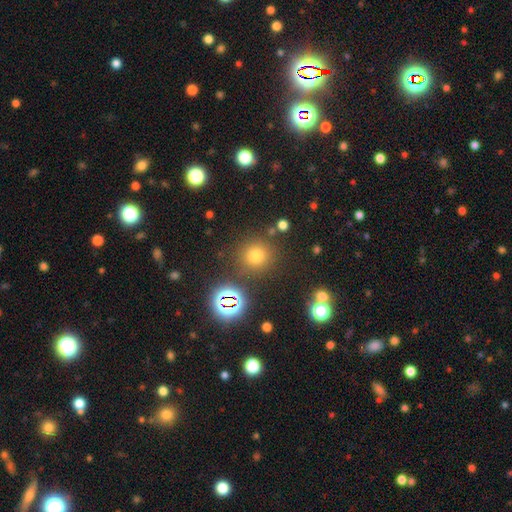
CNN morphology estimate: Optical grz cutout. It shows a smooth galaxy with no disk features (61%) that is round (94%). Merging: none (86%).